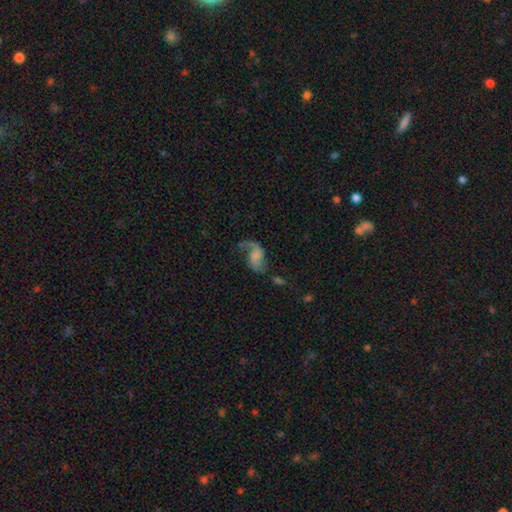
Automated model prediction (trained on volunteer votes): Q: Smooth or featured?
A: featured or disk (71%); runner-up: smooth (21%)
Q: Edge-on disk?
A: no (97%); runner-up: yes (3%)
Q: Bar?
A: no (56%); runner-up: weak (35%)
Q: Spiral arms?
A: yes (91%); runner-up: no (9%)
Q: Spiral winding?
A: loose (79%); runner-up: medium (17%)
Q: Spiral arm count?
A: 2 (67%); runner-up: 1 (28%)
Q: Bulge size?
A: none (48%); runner-up: small (20%)
Q: Merging?
A: none (43%); runner-up: major disturbance (30%)